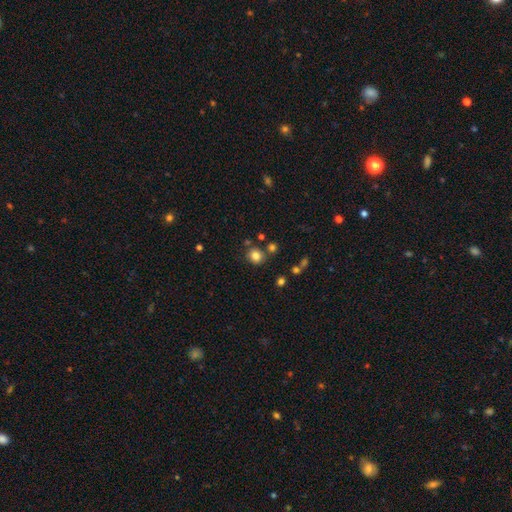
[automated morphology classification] This appears to be a smooth galaxy with no disk features (82%) that is round (83%). Merging: none (78%).